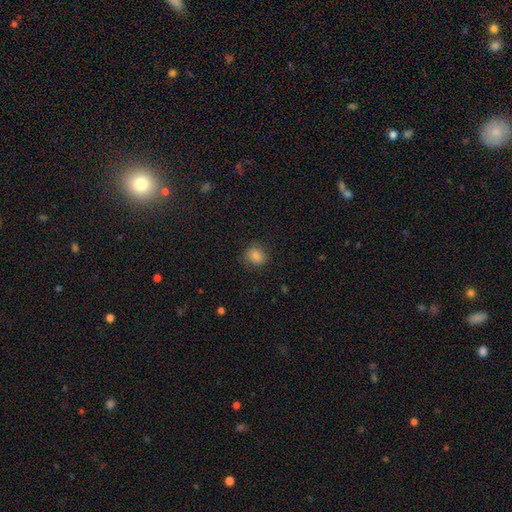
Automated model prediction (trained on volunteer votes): Morphology: type=smooth (80%); roundness=round (74%); merging=none (84%).